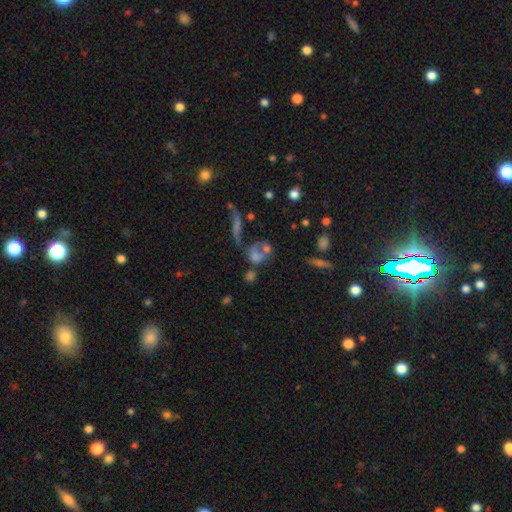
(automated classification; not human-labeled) The model was most divided on "merging": merger: 41%, none: 29%, major disturbance: 18%, minor disturbance: 12%. More confident: how rounded — round (54%); smooth or featured — smooth (52%).